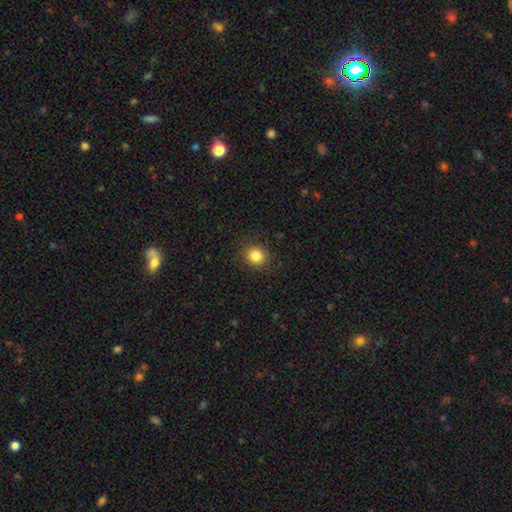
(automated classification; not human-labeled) Q: Smooth or featured?
A: smooth (84%); runner-up: star or artifact (11%)
Q: How rounded?
A: round (86%); runner-up: in between (14%)
Q: Merging?
A: none (88%); runner-up: minor disturbance (8%)